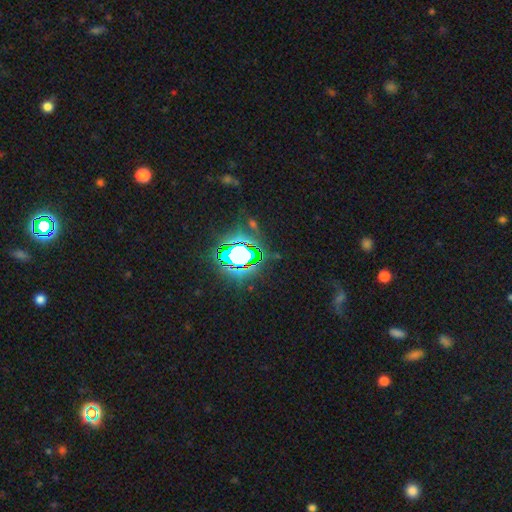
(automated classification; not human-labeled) Smooth or featured? Predicted: star or artifact (p=0.77).